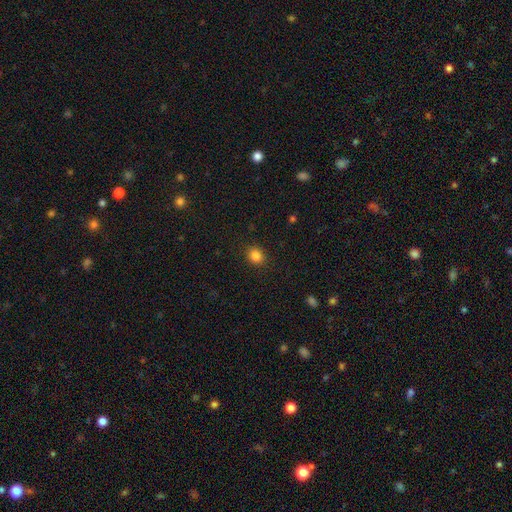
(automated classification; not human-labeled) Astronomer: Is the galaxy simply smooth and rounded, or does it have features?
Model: smooth — 85%.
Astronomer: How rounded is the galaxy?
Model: round — 72%.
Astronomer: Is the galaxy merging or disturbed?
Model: none — 89%.